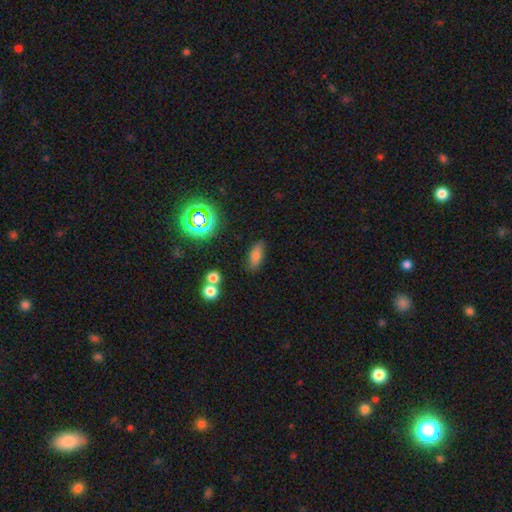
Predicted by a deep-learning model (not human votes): smooth-or-featured: smooth: 71% | star or artifact: 16% | featured or disk: 14%
  how-rounded: in between: 73% | cigar-shaped: 21% | round: 5%
  merging: none: 78% | minor disturbance: 13% | merger: 5% | major disturbance: 4%